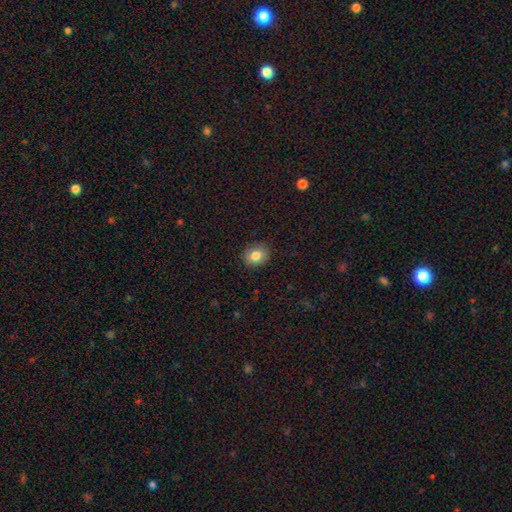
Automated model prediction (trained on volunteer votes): smooth_or_featured: smooth (p=0.82) [alt: star or artifact p=0.09]
how_rounded: round (p=0.56) [alt: in between p=0.43]
merging: none (p=0.89) [alt: minor disturbance p=0.08]